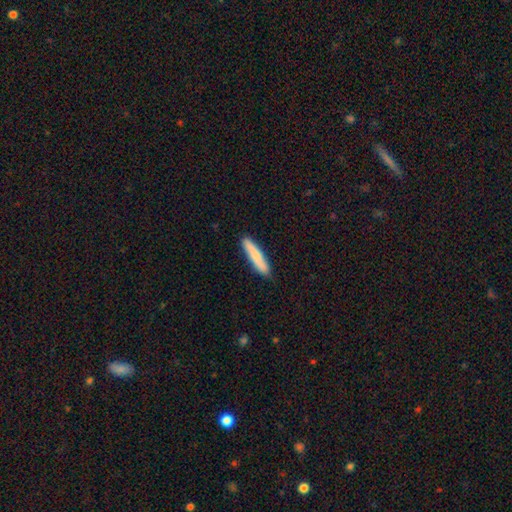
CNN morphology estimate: smooth 77%, featured or disk 17%, star or artifact 5%. Down the decision tree: how rounded — cigar-shaped (90%); merging — none (89%).